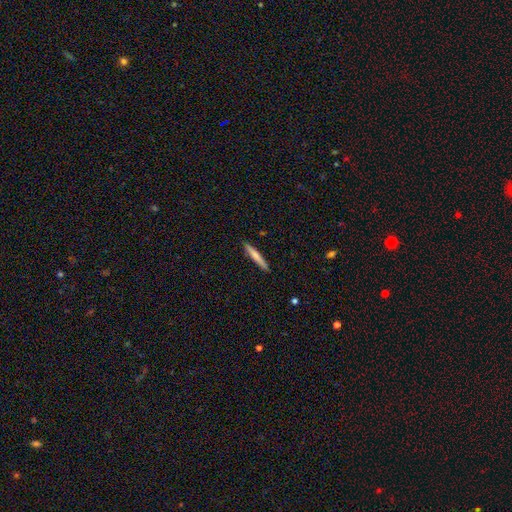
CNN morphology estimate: A smooth galaxy with no disk features (66%) that is cigar-shaped (95%). Merging: none (90%).